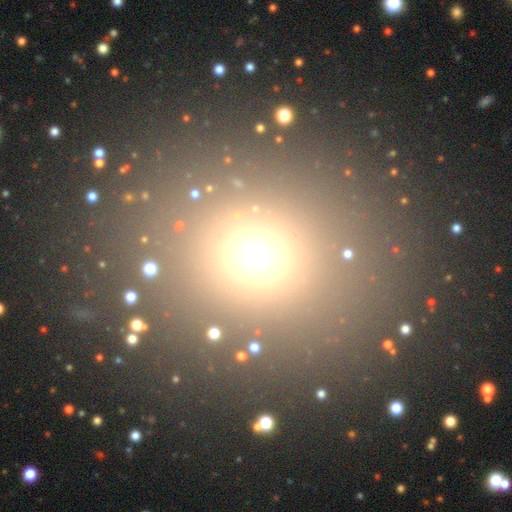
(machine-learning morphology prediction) Overall: smooth (62%; star or artifact 30%). How rounded: round (78%). Merging: none (83%).